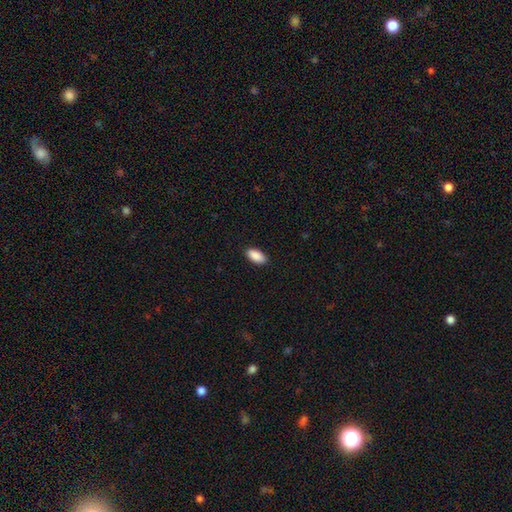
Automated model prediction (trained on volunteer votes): Morphology: type=smooth (91%); roundness=in between (92%); merging=none (90%).